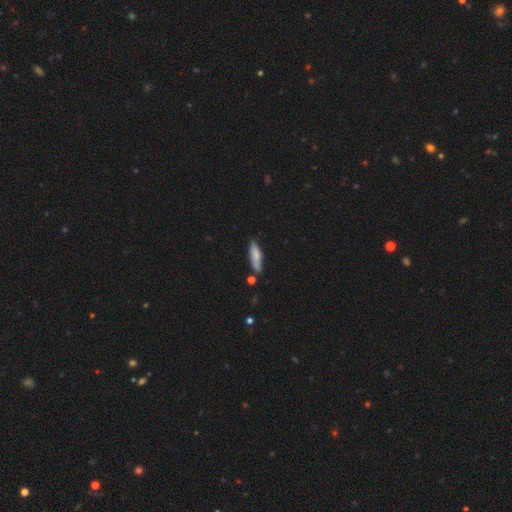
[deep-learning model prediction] Q: Smooth or featured?
A: smooth (75%); runner-up: featured or disk (19%)
Q: How rounded?
A: cigar-shaped (70%); runner-up: in between (28%)
Q: Merging?
A: none (71%); runner-up: minor disturbance (19%)